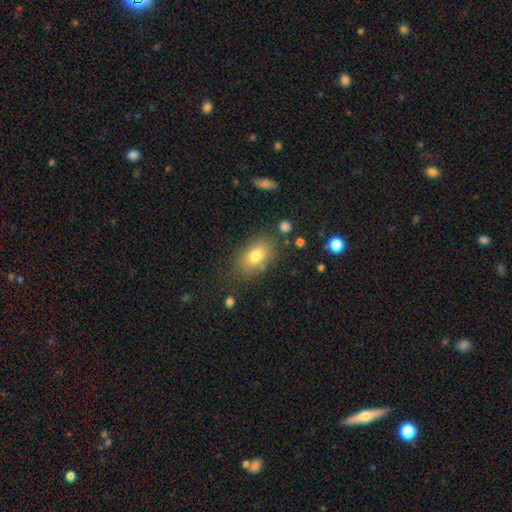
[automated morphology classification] The model was most divided on "merging": none: 76%, minor disturbance: 15%, major disturbance: 5%, merger: 3%. More confident: how rounded — in between (84%); smooth or featured — smooth (78%).